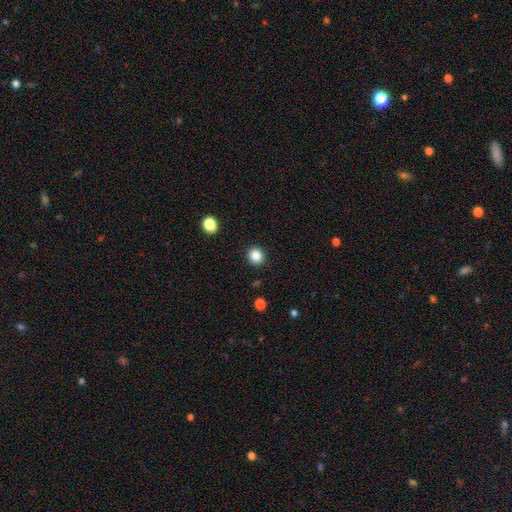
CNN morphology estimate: Smooth or featured? smooth (85%)
How rounded? round (91%)
Merging? none (91%)